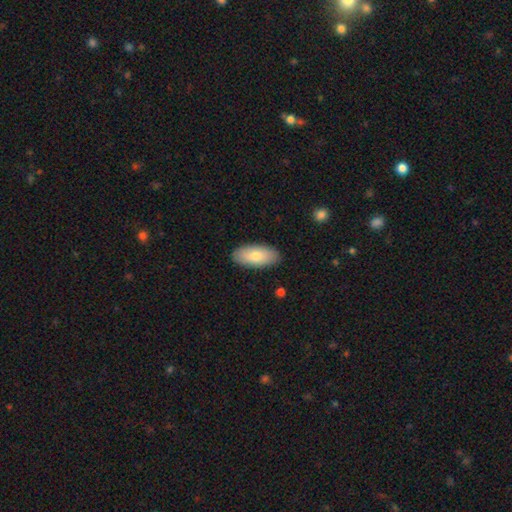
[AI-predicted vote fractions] Smooth or featured? smooth (77%)
How rounded? in between (91%)
Merging? none (88%)